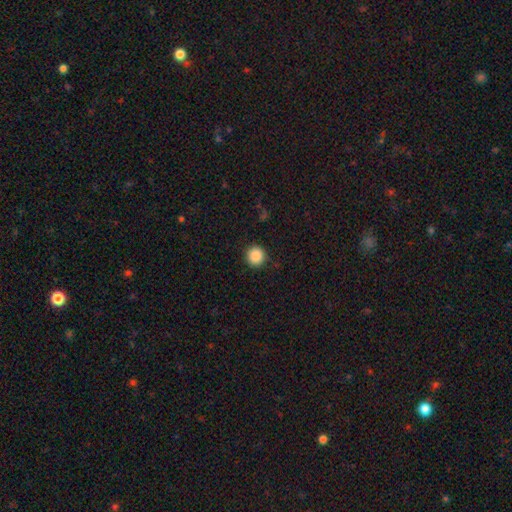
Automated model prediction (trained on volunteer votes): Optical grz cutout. It shows a smooth galaxy with no disk features (88%) that is round (94%). Merging: none (92%).